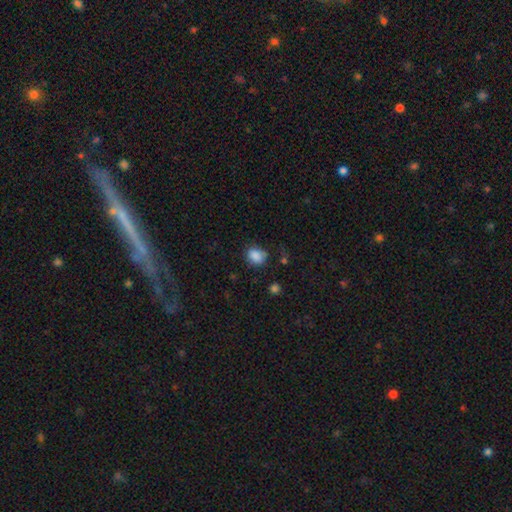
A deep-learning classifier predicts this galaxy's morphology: smooth_or_featured: smooth (p=0.86) [alt: star or artifact p=0.09]
how_rounded: round (p=0.52) [alt: in between p=0.47]
merging: none (p=0.68) [alt: minor disturbance p=0.23]